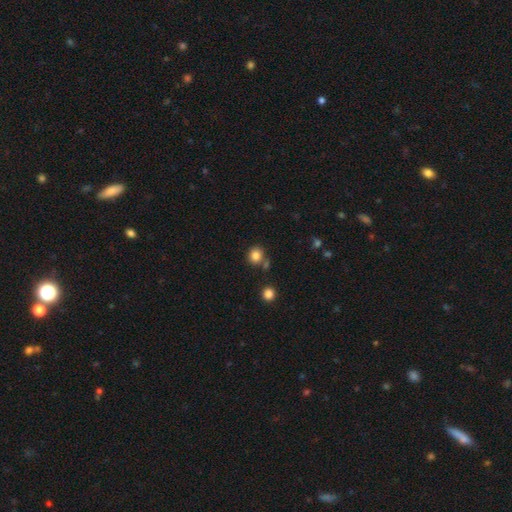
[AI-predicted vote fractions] Morphology: type=smooth (84%); roundness=round (83%); merging=none (75%).